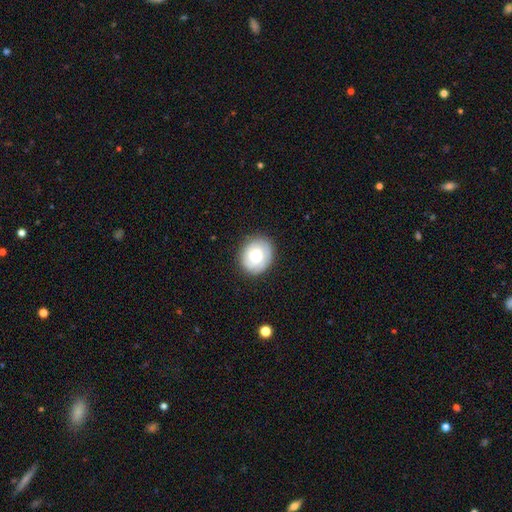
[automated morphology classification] A smooth galaxy with no disk features (55%) that is round (67%). Merging: none (81%).